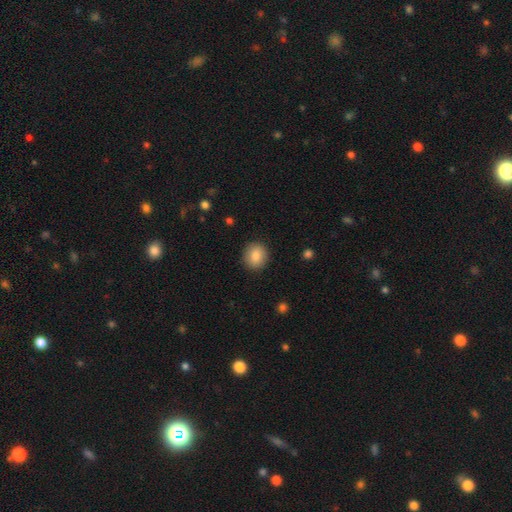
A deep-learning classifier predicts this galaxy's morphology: type=smooth (85%); roundness=round (77%); merging=none (90%).